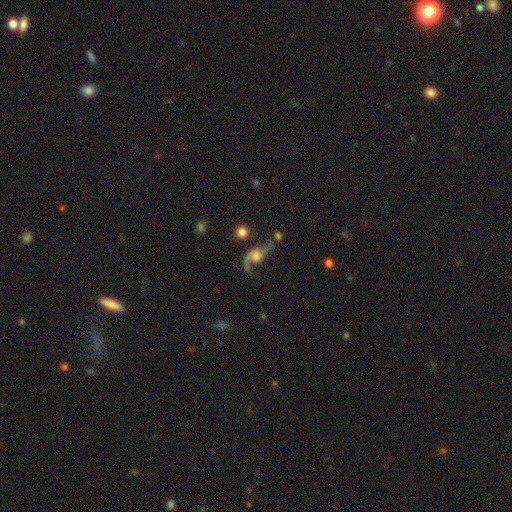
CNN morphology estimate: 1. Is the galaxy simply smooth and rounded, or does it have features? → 82% featured or disk, 9% smooth, 8% star or artifact.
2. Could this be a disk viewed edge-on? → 94% no, 6% yes.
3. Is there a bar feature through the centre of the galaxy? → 65% no, 27% weak, 7% strong.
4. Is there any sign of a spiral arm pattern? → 95% yes, 5% no.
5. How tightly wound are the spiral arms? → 82% loose, 15% medium, 3% tight.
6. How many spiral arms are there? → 84% 2, 11% 1, 2% can't tell, 1% 3, 1% 4, 1% more than 4.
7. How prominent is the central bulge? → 41% moderate, 27% large, 18% small, 9% none, 5% dominant.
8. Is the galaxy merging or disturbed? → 53% none, 20% major disturbance, 17% minor disturbance, 9% merger.